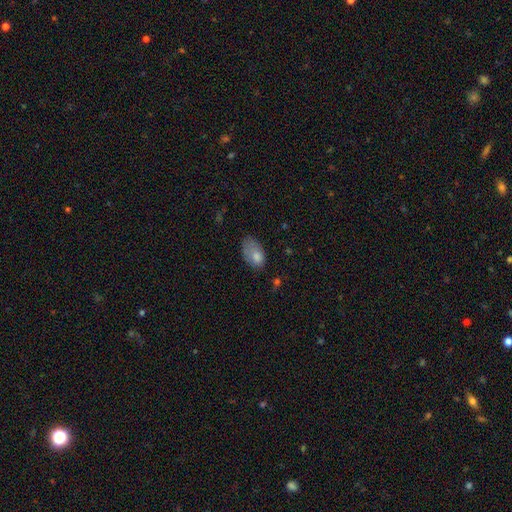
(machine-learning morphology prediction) This is likely a smooth galaxy (78%). How rounded: clearly in between (90%). Merging: marginally none (39%).